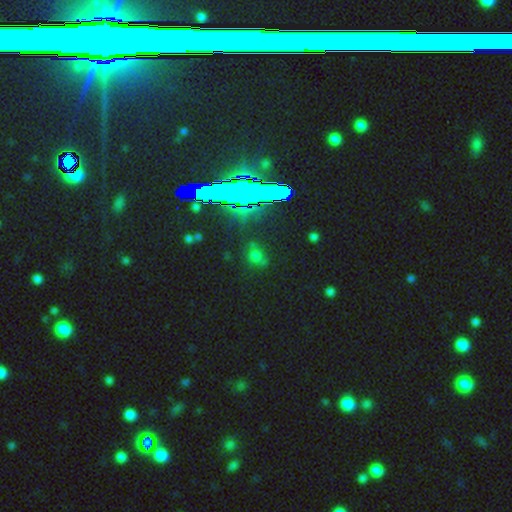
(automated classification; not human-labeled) Smooth or featured? star or artifact (48%)